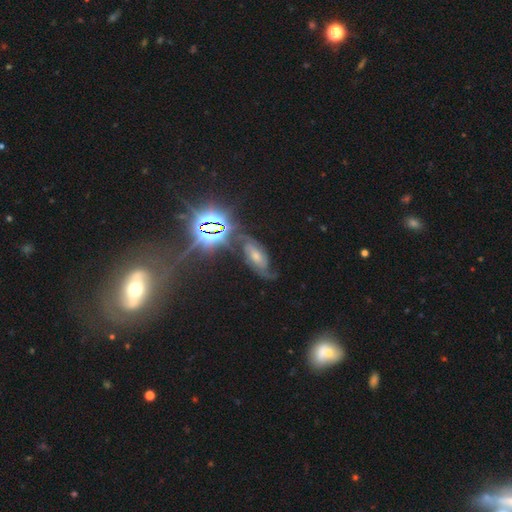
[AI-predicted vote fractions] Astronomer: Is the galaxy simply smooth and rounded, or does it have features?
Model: featured or disk — 58%.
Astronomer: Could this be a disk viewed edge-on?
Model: no — 93%.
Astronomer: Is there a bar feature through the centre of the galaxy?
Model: no — 53% (runner-up: weak, 34%).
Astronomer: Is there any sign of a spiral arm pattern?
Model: yes — 92%.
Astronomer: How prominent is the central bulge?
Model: moderate — 53% (runner-up: small, 33%).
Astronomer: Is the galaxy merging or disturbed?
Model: none — 63%.